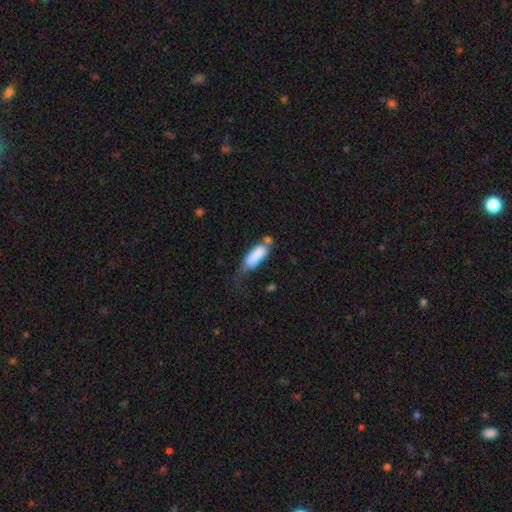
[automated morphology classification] smooth_or_featured: smooth (p=0.78) [alt: featured or disk p=0.15]
how_rounded: in between (p=0.60) [alt: cigar-shaped p=0.38]
merging: minor disturbance (p=0.29) [alt: none p=0.27]